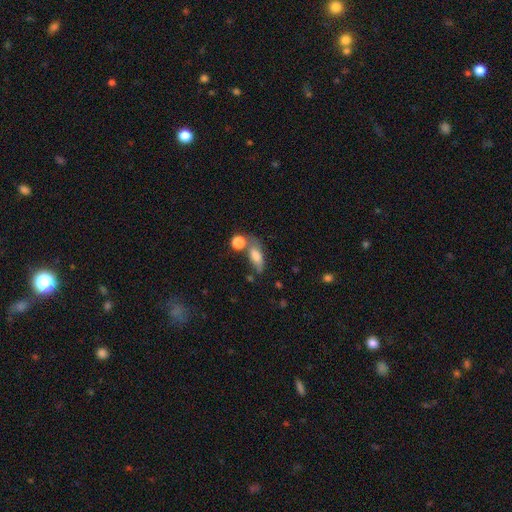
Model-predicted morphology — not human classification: A smooth galaxy with no disk features (73%) that is in between round and cigar-shaped (72%). Merging: none (44%).